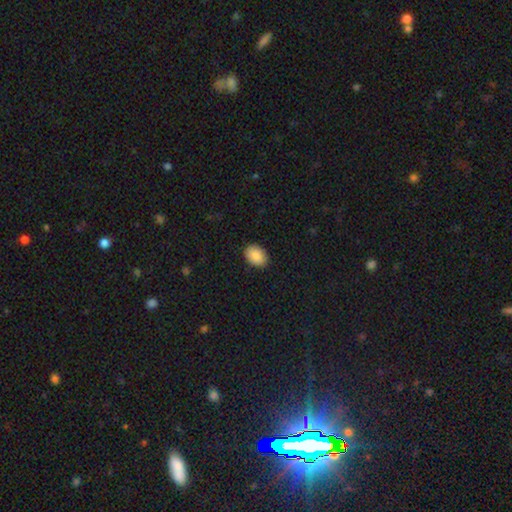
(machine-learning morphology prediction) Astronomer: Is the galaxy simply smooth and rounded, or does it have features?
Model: smooth — 90%.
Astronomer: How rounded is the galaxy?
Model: in between — 71%.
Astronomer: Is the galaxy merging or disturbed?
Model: none — 89%.